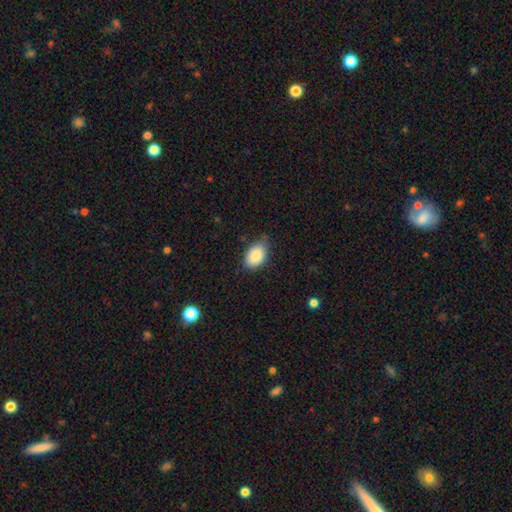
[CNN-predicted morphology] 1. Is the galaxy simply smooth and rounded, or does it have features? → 87% smooth, 7% star or artifact, 6% featured or disk.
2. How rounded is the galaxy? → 89% in between, 10% round, 1% cigar-shaped.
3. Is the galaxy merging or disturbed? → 74% none, 21% minor disturbance, 3% major disturbance, 1% merger.